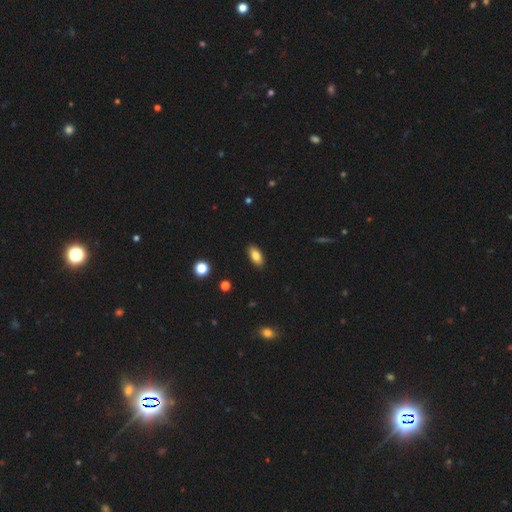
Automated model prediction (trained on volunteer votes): Overall: smooth (84%). How rounded: in between (89%). Merging: none (89%).